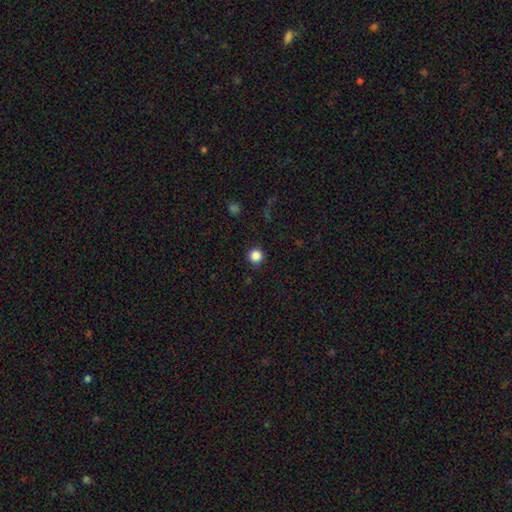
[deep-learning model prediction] Smooth or featured? Predicted: smooth (p=0.86). How rounded? Predicted: round (p=0.96). Merging? Predicted: none (p=0.91).